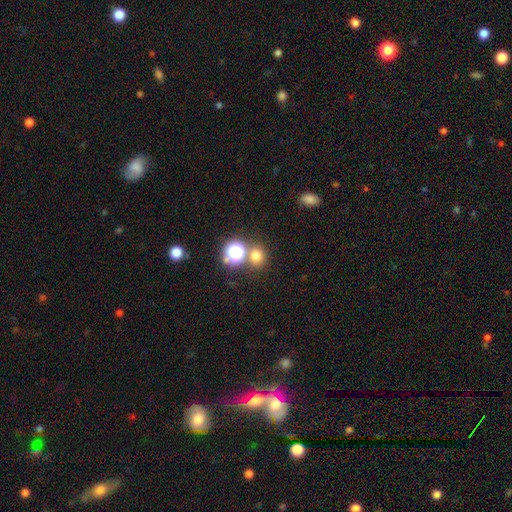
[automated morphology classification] This appears to be a smooth galaxy with no disk features (69%) that is round (81%). Merging: none (69%).